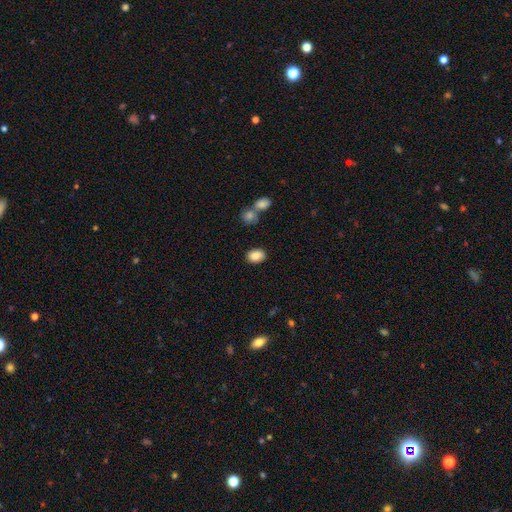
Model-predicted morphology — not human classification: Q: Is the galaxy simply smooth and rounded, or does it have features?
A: smooth — 87%.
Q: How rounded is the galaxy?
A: in between — 75%.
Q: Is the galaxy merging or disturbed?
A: none — 82%.